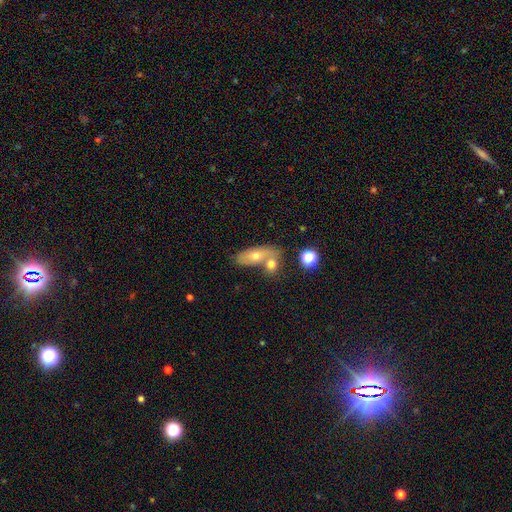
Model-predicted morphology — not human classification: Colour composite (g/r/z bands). It shows a smooth galaxy with no disk features (64%) that is in between round and cigar-shaped (76%). Merging: merger (45%).